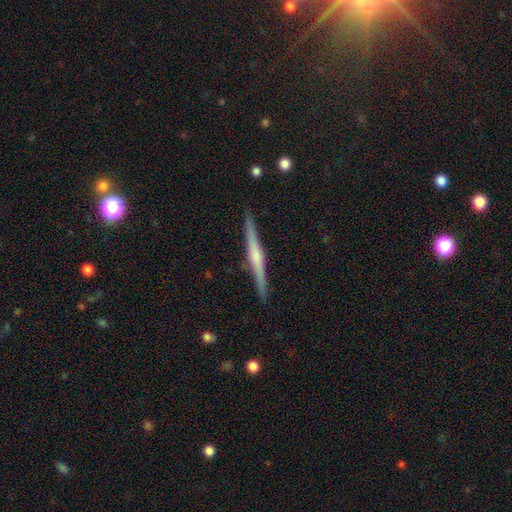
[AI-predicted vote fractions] A featured or disk galaxy (70%) viewed edge-on (98%) with a rounded central bulge (61%).

Vote fractions:
- Smooth or featured? featured or disk: 70% / smooth: 25% / star or artifact: 6%
- Edge-on disk? yes: 98% / no: 2%
- Edge-on bulge? rounded: 61% / none: 23% / boxy: 17%
- Merging? none: 91% / minor disturbance: 7% / major disturbance: 1% / merger: 1%